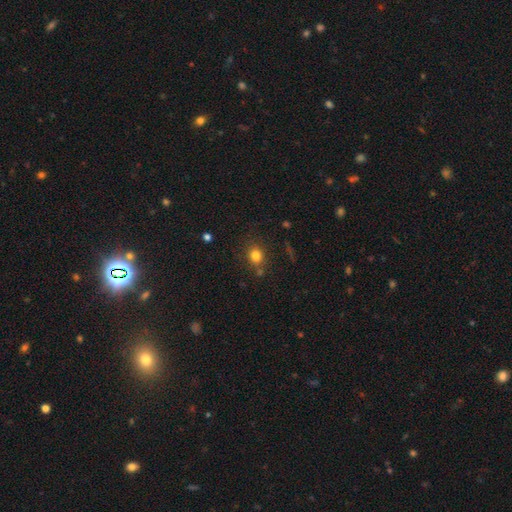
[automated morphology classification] Q: Smooth or featured?
A: smooth (79%); runner-up: star or artifact (13%)
Q: How rounded?
A: round (64%); runner-up: in between (35%)
Q: Merging?
A: none (75%); runner-up: minor disturbance (14%)